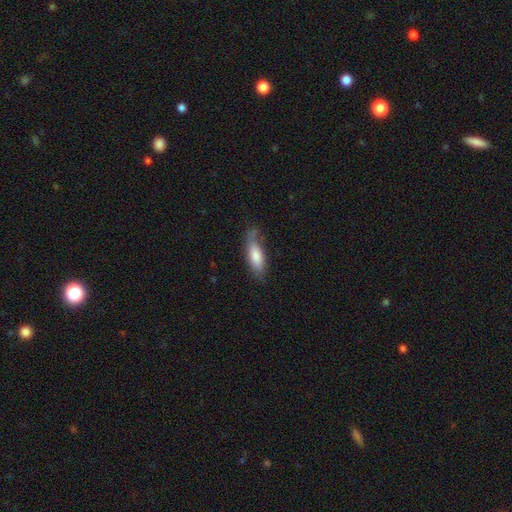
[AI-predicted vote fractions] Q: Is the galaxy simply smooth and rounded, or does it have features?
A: smooth — 74%.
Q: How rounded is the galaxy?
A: in between — 63%.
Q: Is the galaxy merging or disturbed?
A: none — 58%.